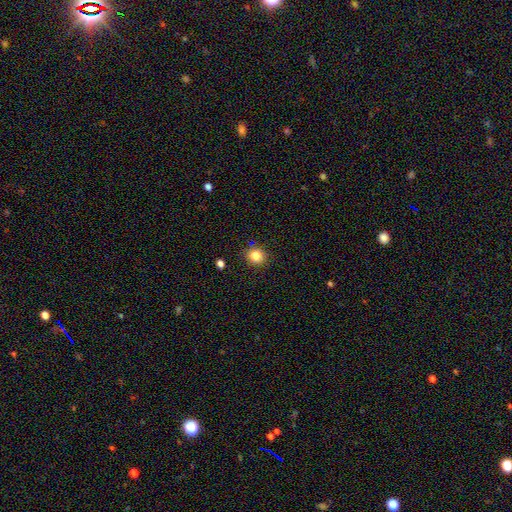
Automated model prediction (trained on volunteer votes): smooth_or_featured: smooth (p=0.84) [alt: star or artifact p=0.11]
how_rounded: round (p=0.80) [alt: in between p=0.19]
merging: none (p=0.89) [alt: minor disturbance p=0.07]